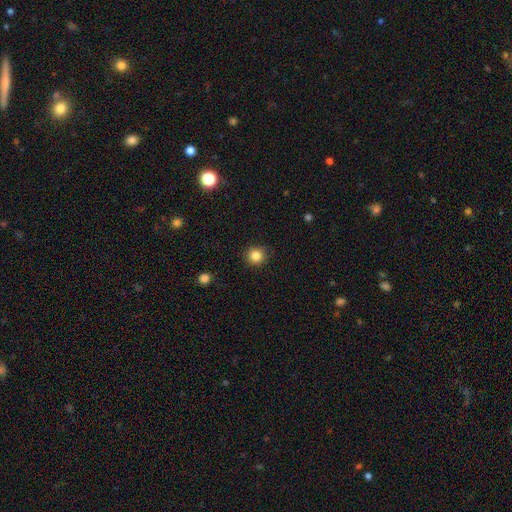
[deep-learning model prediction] Overall: smooth (84%). How rounded: round (93%). Merging: none (90%).